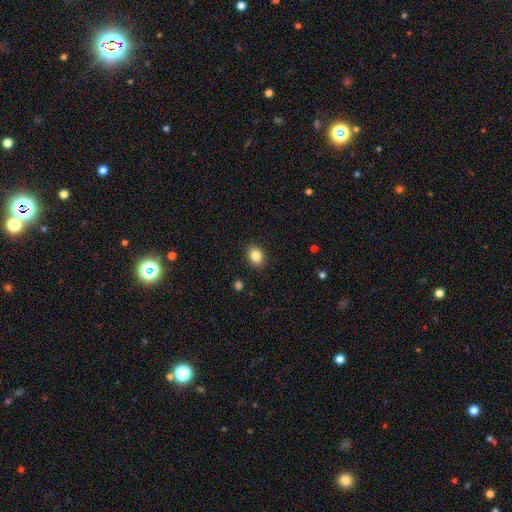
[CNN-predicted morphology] The model was most divided on "how rounded": in between: 58%, round: 41%, cigar-shaped: 1%. More confident: merging — none (89%); smooth or featured — smooth (85%).